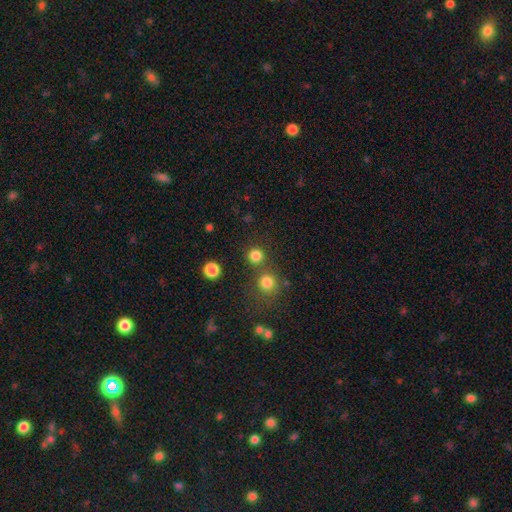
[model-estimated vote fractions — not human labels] smooth_or_featured: smooth (p=0.81) [alt: star or artifact p=0.15]
how_rounded: round (p=0.93) [alt: in between p=0.06]
merging: none (p=0.74) [alt: merger p=0.17]